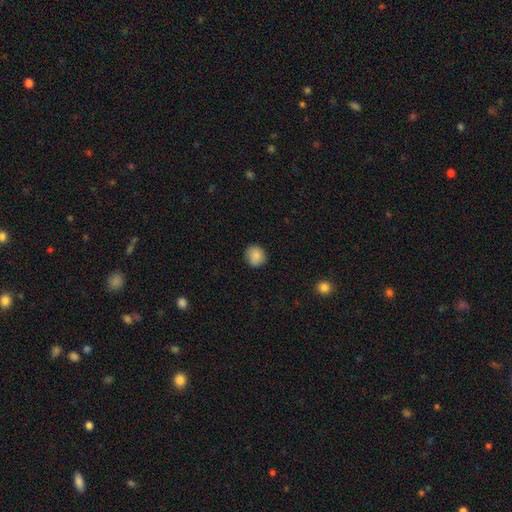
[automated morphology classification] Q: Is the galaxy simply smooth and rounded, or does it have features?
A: smooth — 88%.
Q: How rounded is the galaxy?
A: round — 79%.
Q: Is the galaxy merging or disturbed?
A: none — 88%.